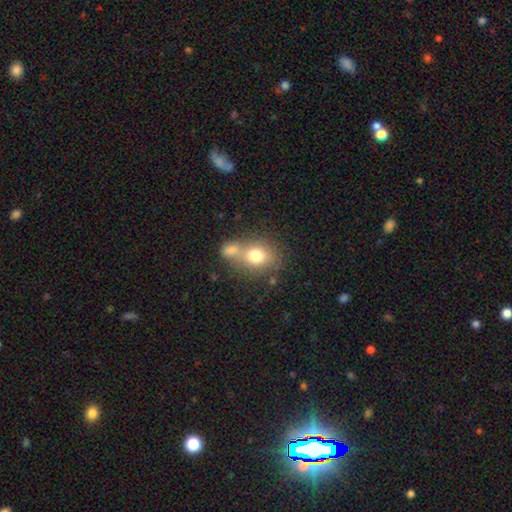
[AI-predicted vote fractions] Q: Smooth or featured?
A: smooth (74%); runner-up: featured or disk (15%)
Q: How rounded?
A: round (58%); runner-up: in between (41%)
Q: Merging?
A: none (43%); runner-up: merger (40%)